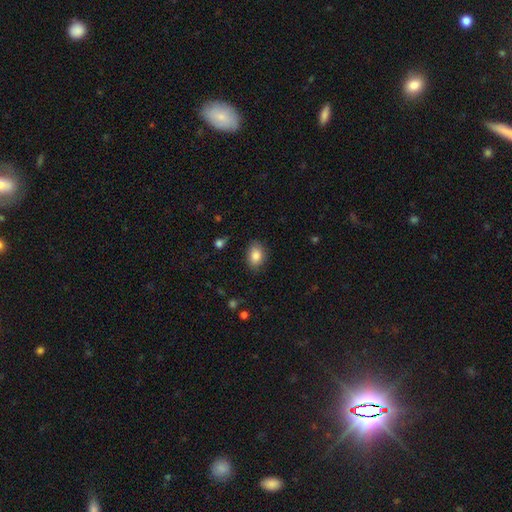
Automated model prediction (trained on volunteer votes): Q: Smooth or featured?
A: smooth (85%); runner-up: star or artifact (8%)
Q: How rounded?
A: in between (78%); runner-up: round (21%)
Q: Merging?
A: none (83%); runner-up: minor disturbance (12%)